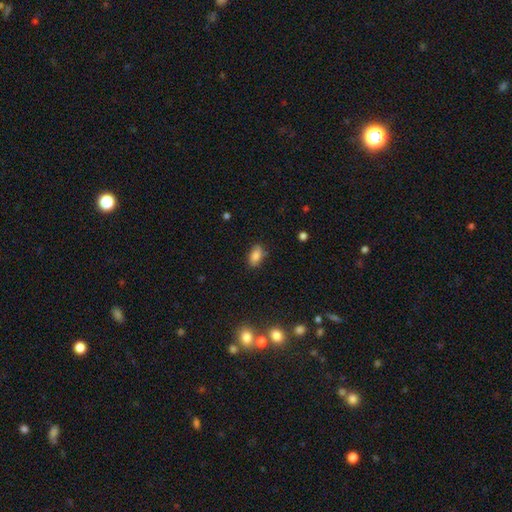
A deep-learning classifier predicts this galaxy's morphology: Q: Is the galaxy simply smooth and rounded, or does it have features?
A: smooth — 82%.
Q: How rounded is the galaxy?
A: in between — 90%.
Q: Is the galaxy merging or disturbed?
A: none — 79%.